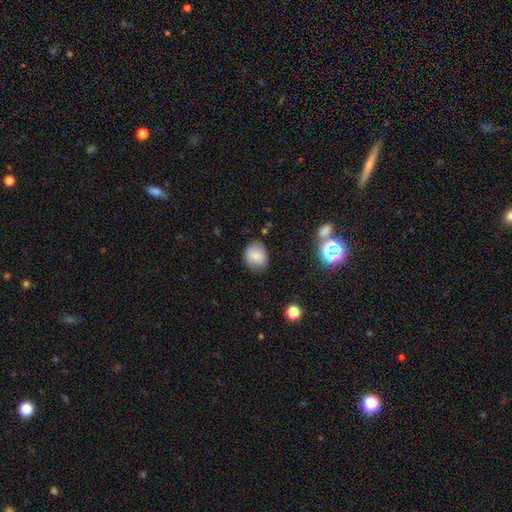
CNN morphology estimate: Smooth or featured?
  - smooth: 77% *
  - featured or disk: 13%
  - star or artifact: 10%
How rounded?
  - in between: 53% *
  - round: 46%
  - cigar-shaped: 1%
Merging?
  - none: 73% *
  - minor disturbance: 20%
  - major disturbance: 5%
  - merger: 2%